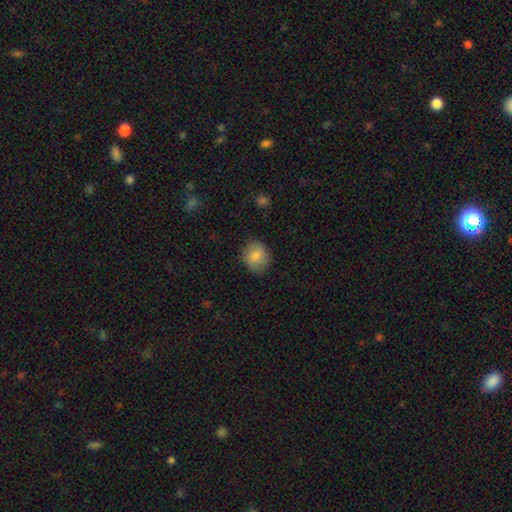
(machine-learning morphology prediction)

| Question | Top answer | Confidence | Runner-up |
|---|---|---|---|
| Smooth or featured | smooth | 81% | featured or disk (11%) |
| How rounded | round | 77% | in between (22%) |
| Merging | none | 83% | minor disturbance (13%) |